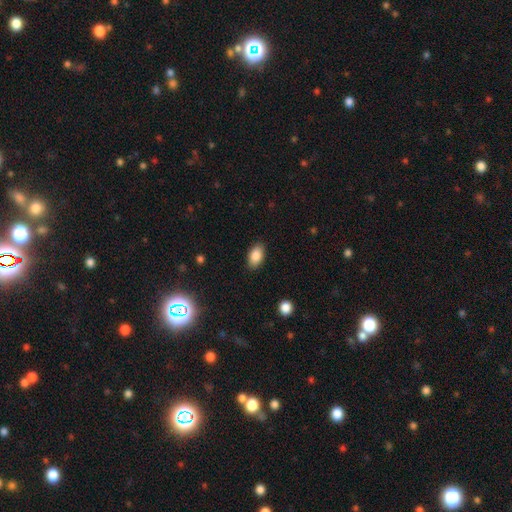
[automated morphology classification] The model was most divided on "merging": none: 87%, minor disturbance: 9%, major disturbance: 2%, merger: 1%. More confident: how rounded — in between (92%); smooth or featured — smooth (87%).